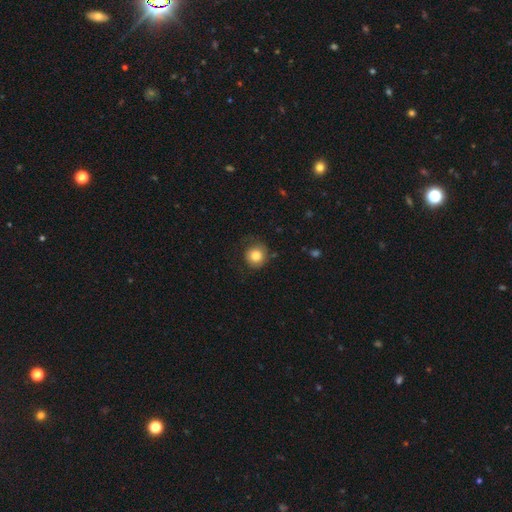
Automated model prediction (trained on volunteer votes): Morphology: type=smooth (81%); roundness=round (91%); merging=none (71%).